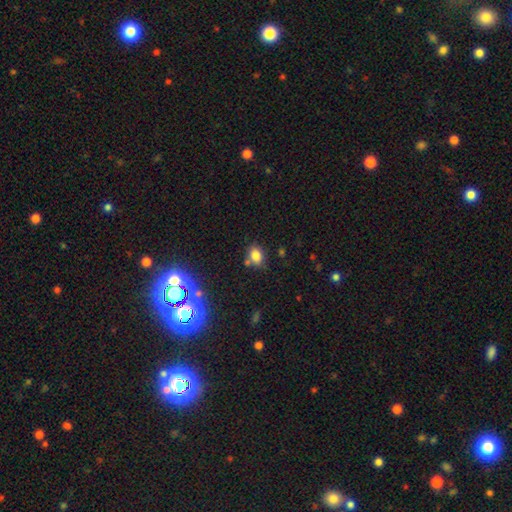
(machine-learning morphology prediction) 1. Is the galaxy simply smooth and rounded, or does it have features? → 79% smooth, 13% star or artifact, 8% featured or disk.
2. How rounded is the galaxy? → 65% in between, 33% round, 1% cigar-shaped.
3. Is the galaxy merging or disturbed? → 69% none, 15% minor disturbance, 12% merger, 4% major disturbance.